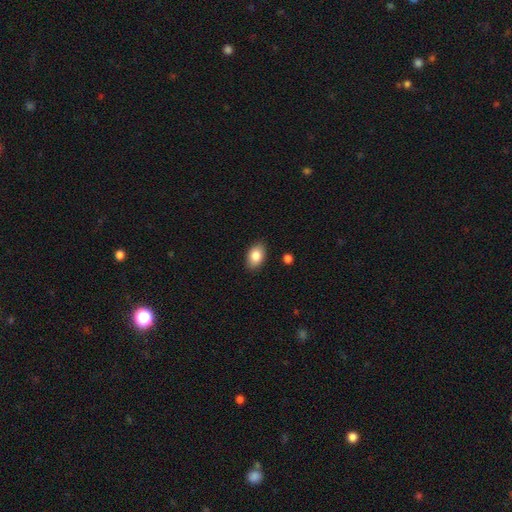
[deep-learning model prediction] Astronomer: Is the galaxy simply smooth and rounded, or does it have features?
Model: smooth — 86%.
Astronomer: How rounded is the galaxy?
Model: in between — 89%.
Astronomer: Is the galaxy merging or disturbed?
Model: none — 87%.